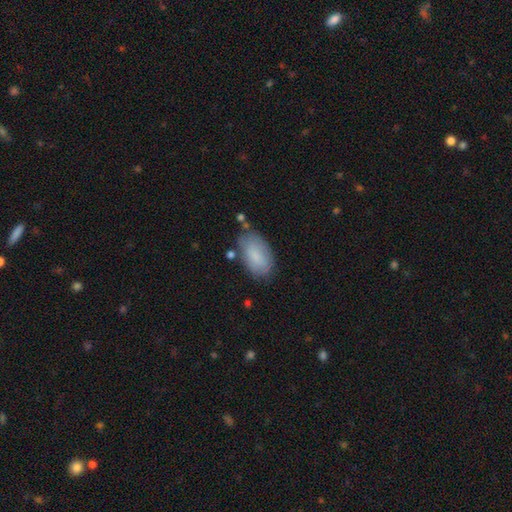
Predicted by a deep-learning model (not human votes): Morphology: type=smooth (81%); roundness=in between (94%); merging=none (64%).